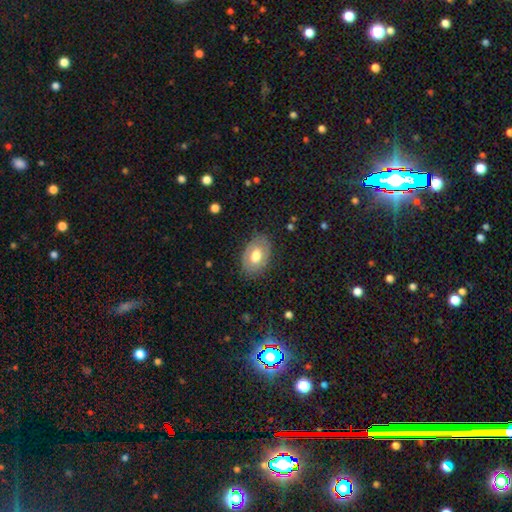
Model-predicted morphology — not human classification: smooth_or_featured: smooth (p=0.55) [alt: featured or disk p=0.37]
how_rounded: in between (p=0.88) [alt: round p=0.11]
merging: none (p=0.79) [alt: minor disturbance p=0.15]